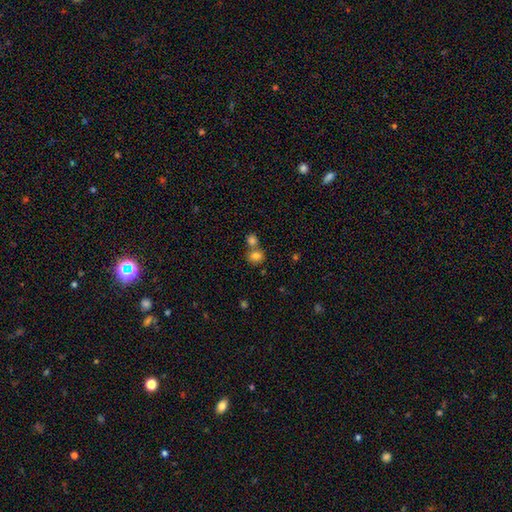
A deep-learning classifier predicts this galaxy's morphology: Smooth or featured?
  - smooth: 81% *
  - star or artifact: 12%
  - featured or disk: 8%
How rounded?
  - round: 69% *
  - in between: 30%
  - cigar-shaped: 1%
Merging?
  - none: 50% *
  - merger: 39%
  - minor disturbance: 8%
  - major disturbance: 3%